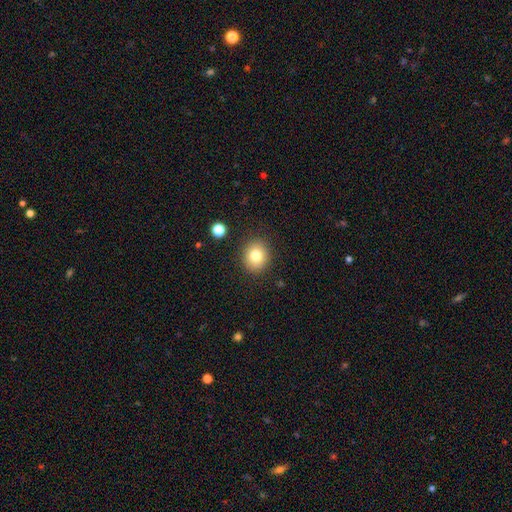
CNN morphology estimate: A smooth galaxy with no disk features (80%) that is round (80%).

Vote fractions:
- Smooth or featured? smooth: 80% / star or artifact: 11% / featured or disk: 9%
- How rounded? round: 80% / in between: 19% / cigar-shaped: 1%
- Merging? none: 88% / minor disturbance: 7% / major disturbance: 2% / merger: 2%